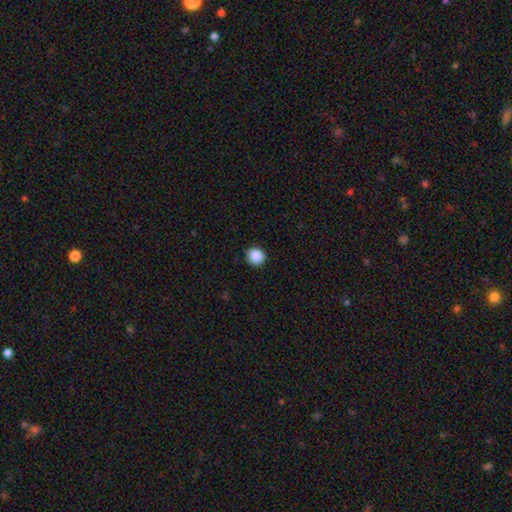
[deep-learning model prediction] Smooth or featured: smooth — 88% (star or artifact — 9%)
How rounded: round — 92% (in between — 7%)
Merging: none — 90% (minor disturbance — 7%)